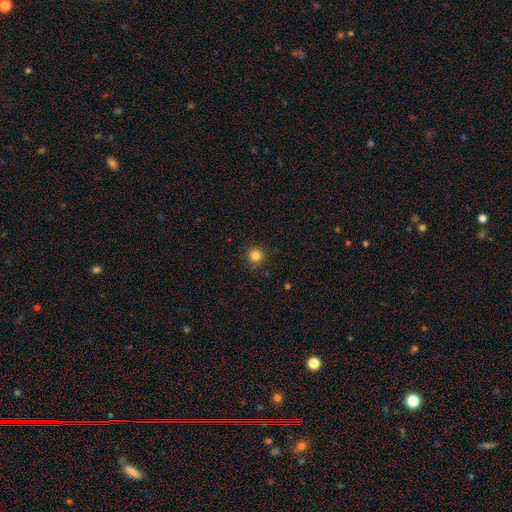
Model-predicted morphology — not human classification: This is clearly a smooth galaxy (83%). How rounded: clearly round (95%). Merging: clearly none (90%).